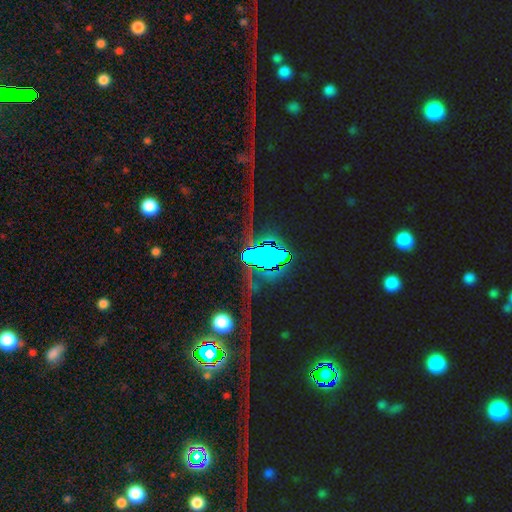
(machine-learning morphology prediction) Overall: star or artifact (82%).